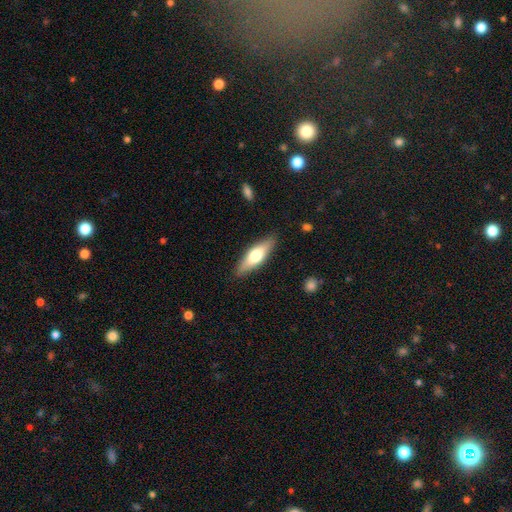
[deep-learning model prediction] Smooth or featured? smooth (57%)
How rounded? cigar-shaped (51%)
Merging? none (87%)